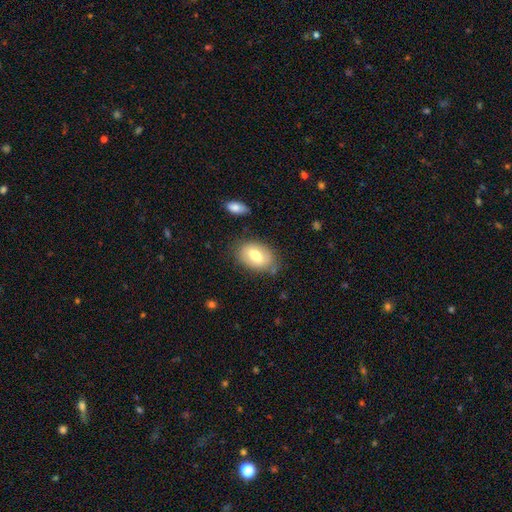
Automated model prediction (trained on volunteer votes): smooth 71%, featured or disk 23%, star or artifact 7%. Down the decision tree: how rounded — in between (86%); merging — none (74%).